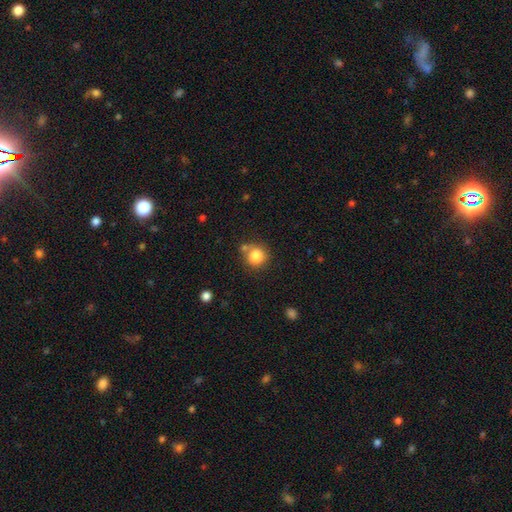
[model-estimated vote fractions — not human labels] Smooth or featured? smooth (84%)
How rounded? round (85%)
Merging? none (65%)